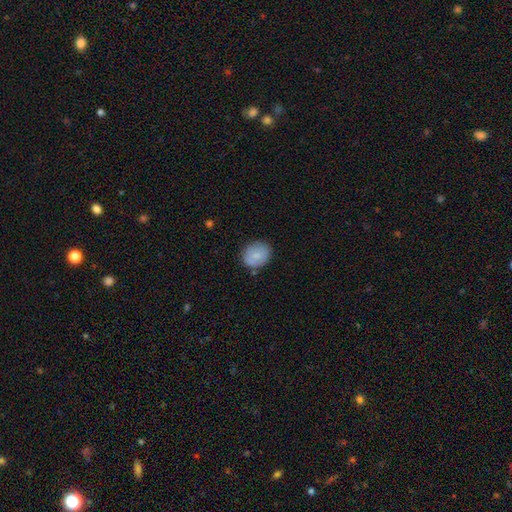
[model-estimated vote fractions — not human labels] A smooth galaxy with no disk features (80%) that is round (62%).

Vote fractions:
- Smooth or featured? smooth: 80% / featured or disk: 12% / star or artifact: 7%
- How rounded? round: 62% / in between: 38% / cigar-shaped: 1%
- Merging? none: 80% / minor disturbance: 14% / major disturbance: 3% / merger: 2%